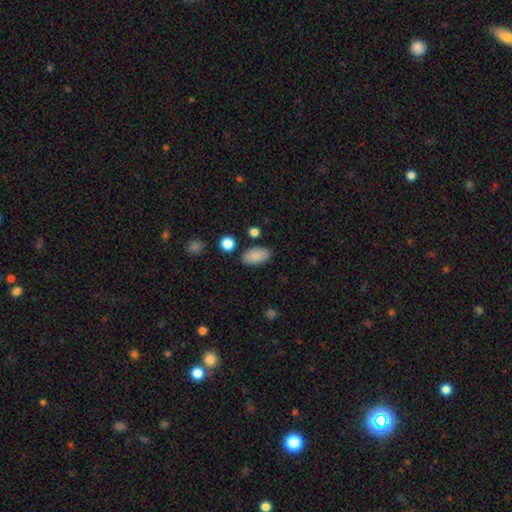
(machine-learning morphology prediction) This appears to be a smooth galaxy with no disk features (88%) that is in between round and cigar-shaped (93%). Merging: none (83%).